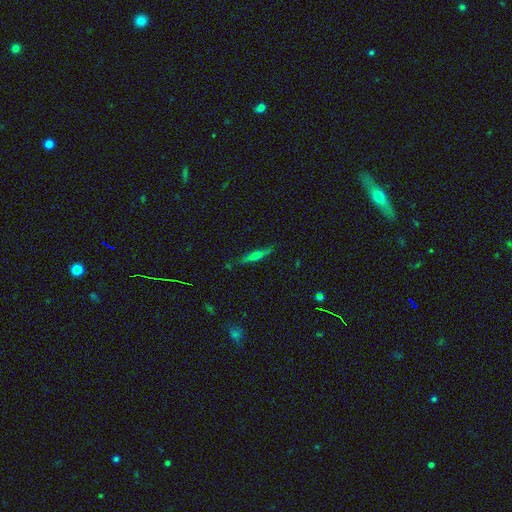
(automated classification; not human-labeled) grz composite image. It shows a featured or disk galaxy (59%) viewed edge-on (96%) with a rounded central bulge (84%). Merging: none (85%).